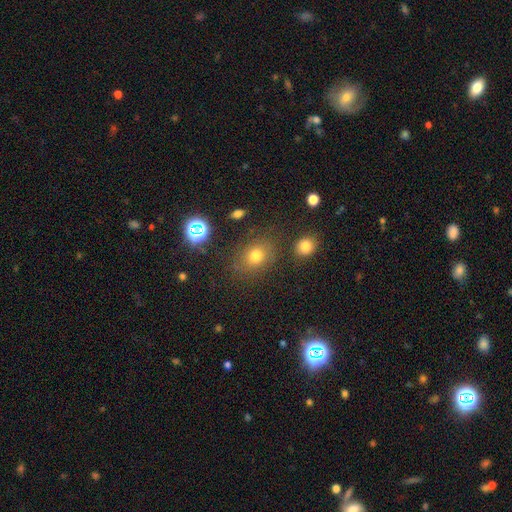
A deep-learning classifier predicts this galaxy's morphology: The model was most divided on "how rounded": round: 50%, in between: 49%, cigar-shaped: 1%. More confident: merging — none (79%); smooth or featured — smooth (68%).